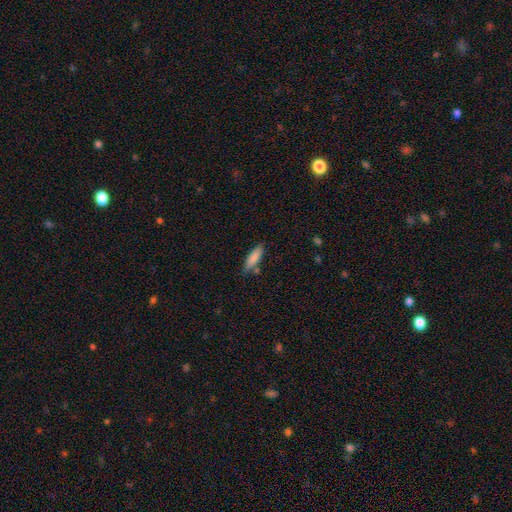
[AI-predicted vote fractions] A smooth galaxy with no disk features (82%) that is cigar-shaped (59%).

Vote fractions:
- Smooth or featured? smooth: 82% / featured or disk: 10% / star or artifact: 7%
- How rounded? cigar-shaped: 59% / in between: 39% / round: 2%
- Merging? none: 77% / minor disturbance: 15% / merger: 4% / major disturbance: 3%